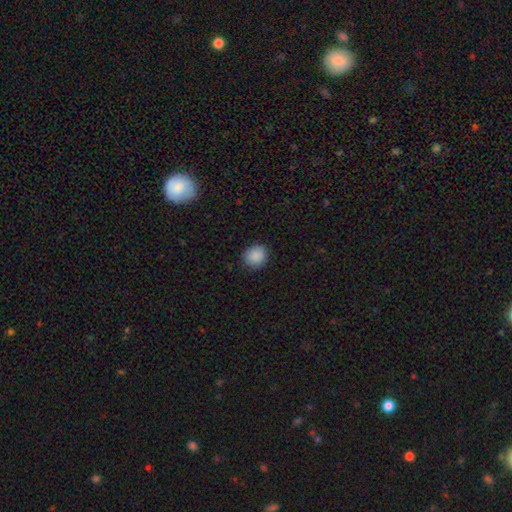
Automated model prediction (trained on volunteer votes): Morphology: type=smooth (89%); roundness=round (80%); merging=none (87%).